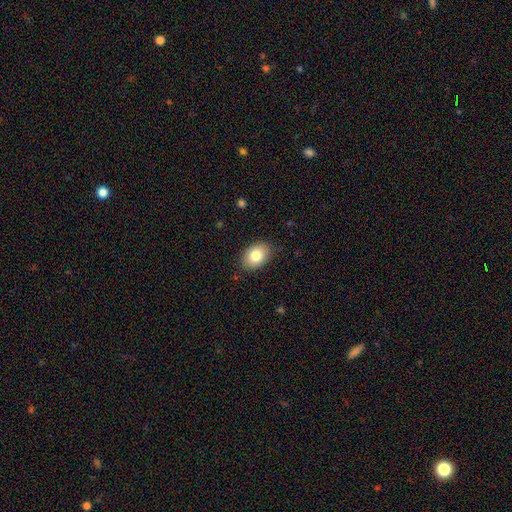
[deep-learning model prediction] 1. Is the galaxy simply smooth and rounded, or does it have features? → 82% smooth, 10% featured or disk, 8% star or artifact.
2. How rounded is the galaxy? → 81% in between, 18% round, 1% cigar-shaped.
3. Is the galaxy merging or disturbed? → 86% none, 11% minor disturbance, 2% major disturbance, 1% merger.